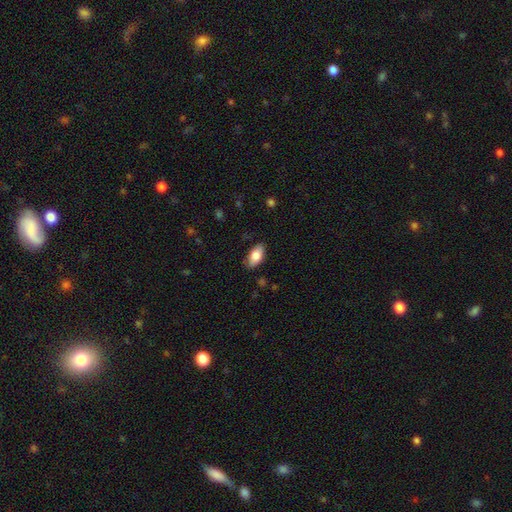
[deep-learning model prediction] Overall: smooth (79%). How rounded: in between (91%). Merging: none (85%).